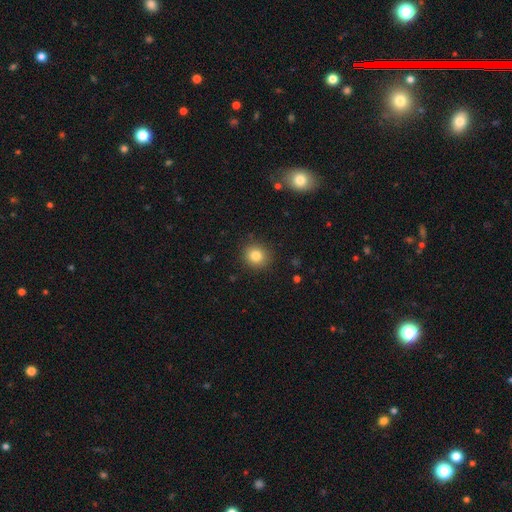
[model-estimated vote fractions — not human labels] The model was most divided on "smooth or featured": smooth: 82%, star or artifact: 11%, featured or disk: 7%. More confident: merging — none (89%); how rounded — round (86%).